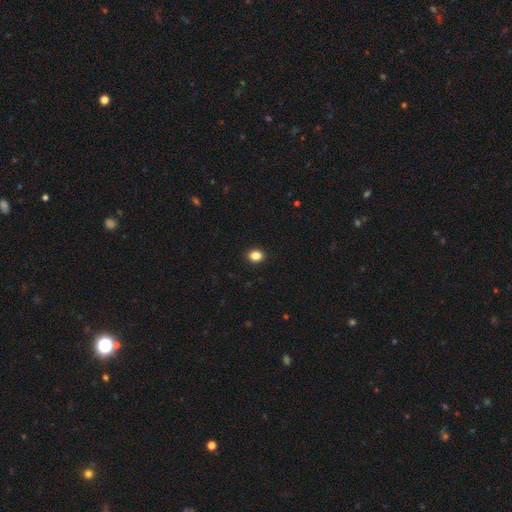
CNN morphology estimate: smooth_or_featured: smooth (p=0.86) [alt: star or artifact p=0.11]
how_rounded: round (p=0.57) [alt: in between p=0.42]
merging: none (p=0.92) [alt: minor disturbance p=0.05]